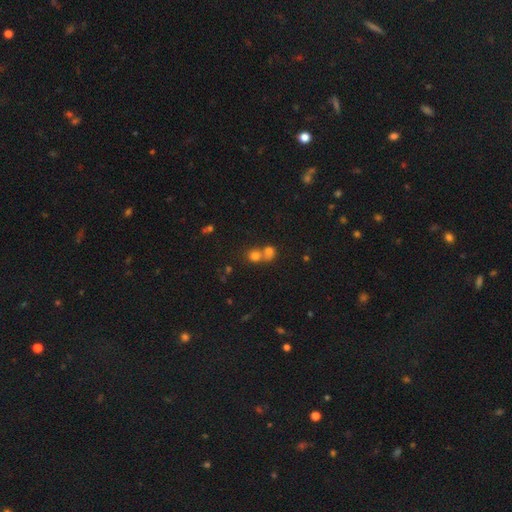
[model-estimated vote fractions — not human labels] smooth-or-featured: smooth: 71% | star or artifact: 18% | featured or disk: 11%
  how-rounded: round: 82% | in between: 17% | cigar-shaped: 1%
  merging: merger: 52% | none: 40% | minor disturbance: 5% | major disturbance: 3%